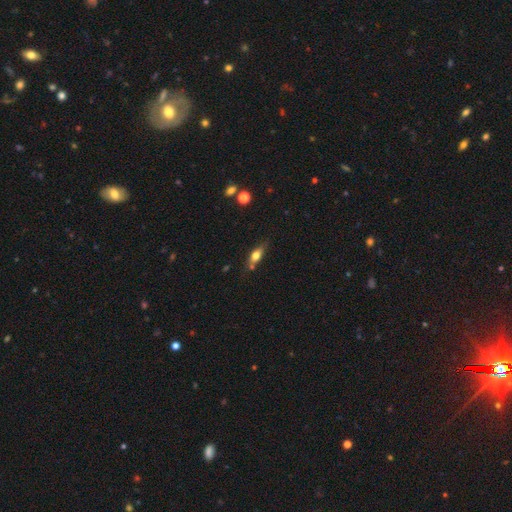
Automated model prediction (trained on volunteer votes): A smooth galaxy with no disk features (59%) that is in between round and cigar-shaped (62%). Merging: none (65%).